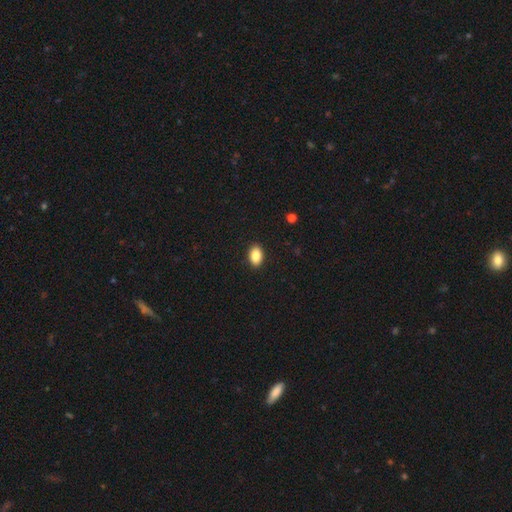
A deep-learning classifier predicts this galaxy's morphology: This appears to be a smooth galaxy with no disk features (86%) that is in between round and cigar-shaped (90%). Merging: none (91%).